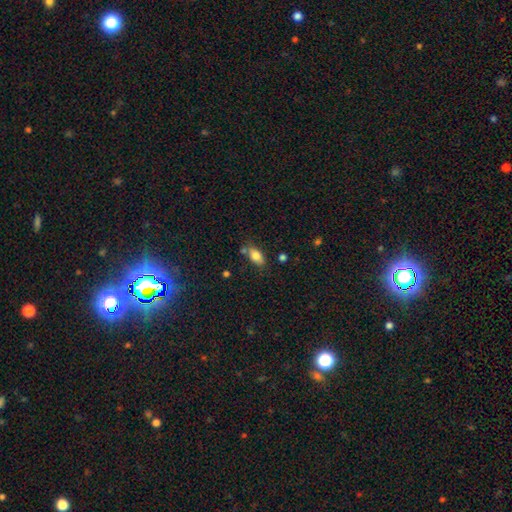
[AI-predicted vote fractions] Morphology: type=smooth (79%); roundness=in between (88%); merging=none (68%).